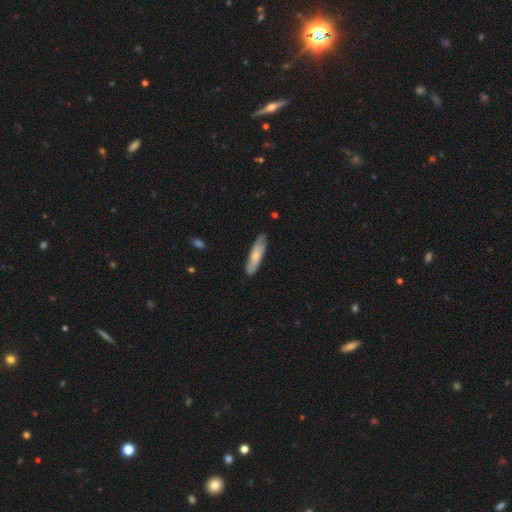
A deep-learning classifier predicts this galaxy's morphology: This is likely a smooth galaxy (70%). How rounded: likely cigar-shaped (68%). Merging: clearly none (83%).